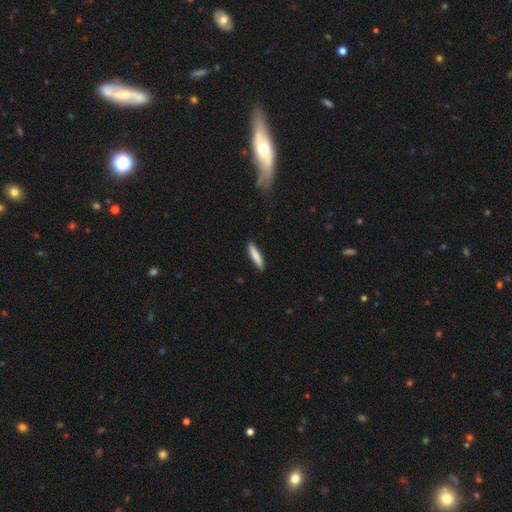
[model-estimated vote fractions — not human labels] This is likely a smooth galaxy (79%). How rounded: clearly cigar-shaped (83%). Merging: clearly none (84%).